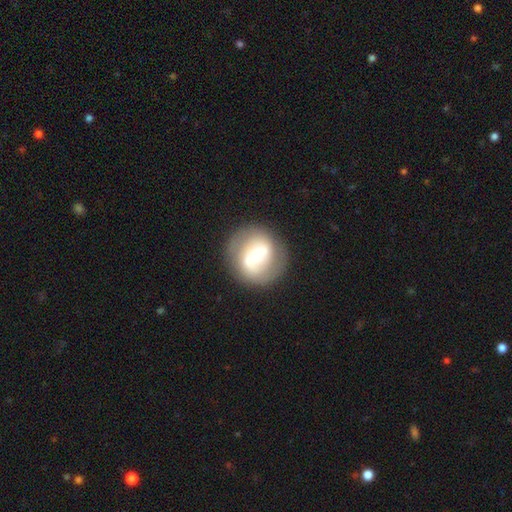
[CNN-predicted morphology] Smooth or featured? Predicted: featured or disk (p=0.63). Edge-on disk? Predicted: no (p=0.96). Bar? Predicted: strong (p=0.41). Spiral arms? Predicted: yes (p=0.67). Bulge size? Predicted: moderate (p=0.49). Merging? Predicted: none (p=0.84).